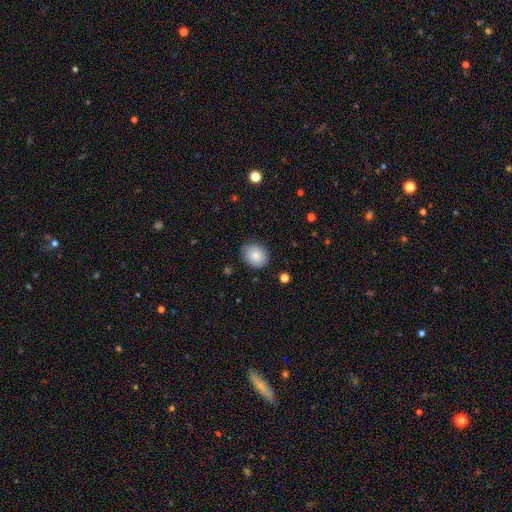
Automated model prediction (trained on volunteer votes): smooth_or_featured: smooth (p=0.85) [alt: star or artifact p=0.08]
how_rounded: round (p=0.56) [alt: in between p=0.43]
merging: none (p=0.83) [alt: minor disturbance p=0.13]